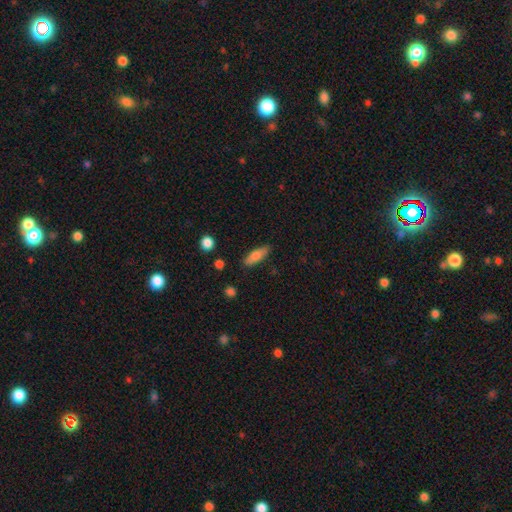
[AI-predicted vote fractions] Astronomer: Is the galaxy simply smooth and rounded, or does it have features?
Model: smooth — 76%.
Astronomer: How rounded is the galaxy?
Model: in between — 55% (runner-up: cigar-shaped, 42%).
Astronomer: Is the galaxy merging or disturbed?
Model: none — 84%.